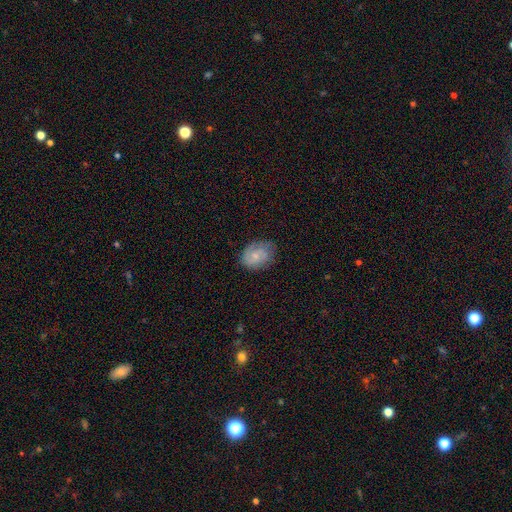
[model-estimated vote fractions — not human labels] smooth 47%, featured or disk 45%, star or artifact 8%. Down the decision tree: merging — none (69%).